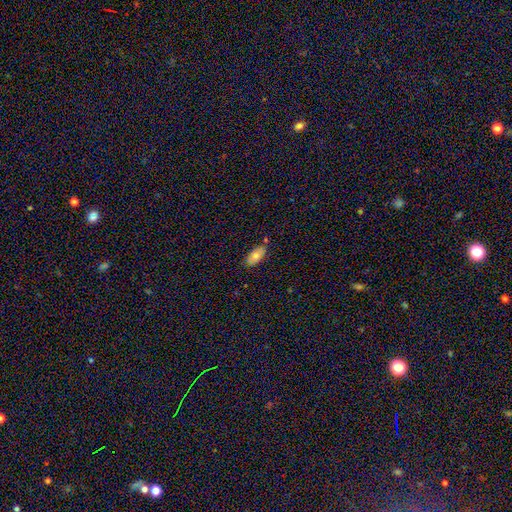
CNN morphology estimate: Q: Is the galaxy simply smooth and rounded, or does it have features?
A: smooth — 75%.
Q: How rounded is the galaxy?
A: in between — 90%.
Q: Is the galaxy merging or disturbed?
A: none — 78%.